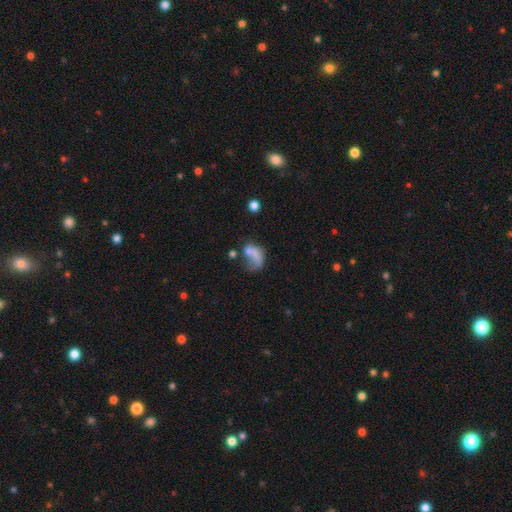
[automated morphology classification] smooth 57%, featured or disk 31%, star or artifact 12%. Down the decision tree: how rounded — in between (77%); merging — major disturbance (40%).